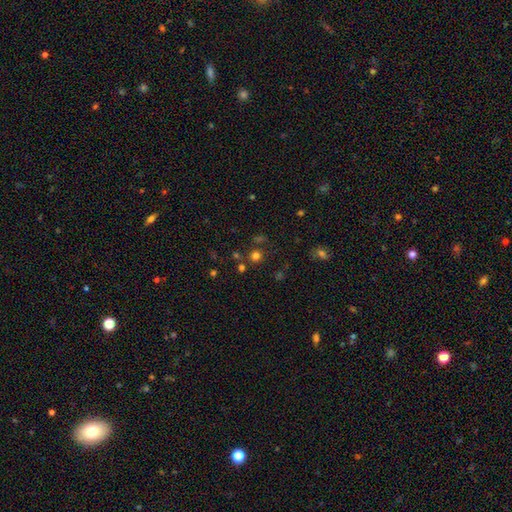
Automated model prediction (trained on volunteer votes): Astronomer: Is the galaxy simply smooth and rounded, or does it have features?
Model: smooth — 68%.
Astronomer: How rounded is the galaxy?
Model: round — 90%.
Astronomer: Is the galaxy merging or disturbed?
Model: none — 78%.